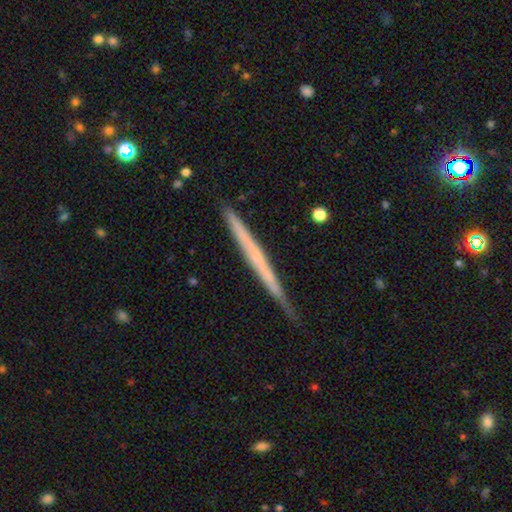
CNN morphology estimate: Overall: featured or disk (55%; smooth 39%). Edge-on disk: yes (97%). Edge-on bulge: none (87%). Merging: none (84%).